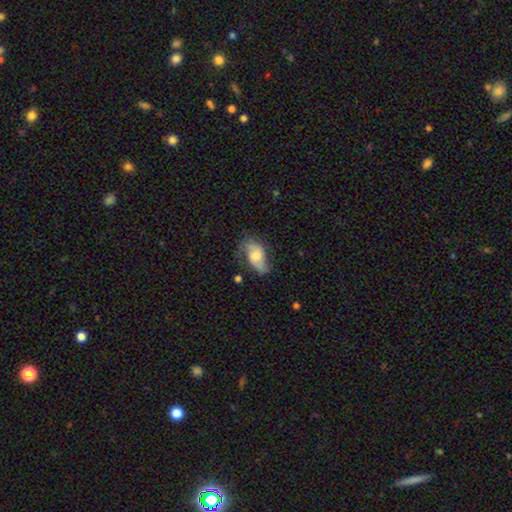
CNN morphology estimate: This is possibly a featured or disk galaxy (50%). It is clearly not viewed edge-on (94%). Merging: possibly none (51%).